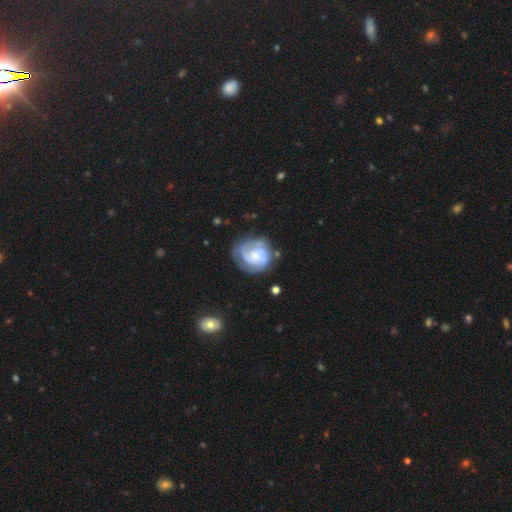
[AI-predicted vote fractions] Q: Smooth or featured?
A: featured or disk (73%); runner-up: smooth (21%)
Q: Edge-on disk?
A: no (98%); runner-up: yes (2%)
Q: Bar?
A: no (69%); runner-up: weak (26%)
Q: Spiral arms?
A: yes (87%); runner-up: no (13%)
Q: Spiral winding?
A: tight (50%); runner-up: medium (37%)
Q: Spiral arm count?
A: 2 (31%); runner-up: can't tell (30%)
Q: Bulge size?
A: small (64%); runner-up: moderate (26%)
Q: Merging?
A: none (61%); runner-up: minor disturbance (22%)